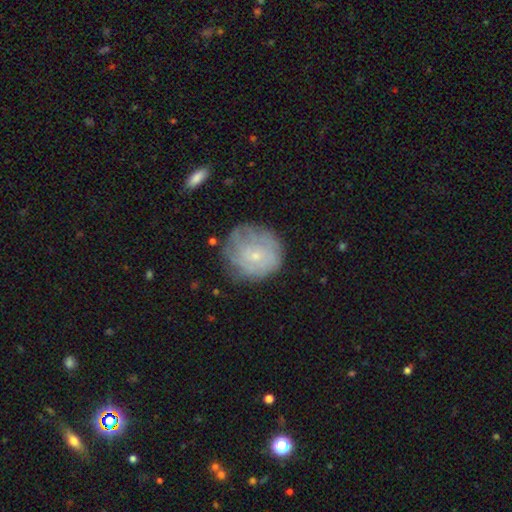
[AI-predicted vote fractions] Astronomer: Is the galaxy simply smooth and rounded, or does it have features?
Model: featured or disk — 46% (runner-up: smooth, 45%).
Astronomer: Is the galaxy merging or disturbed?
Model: none — 66%.